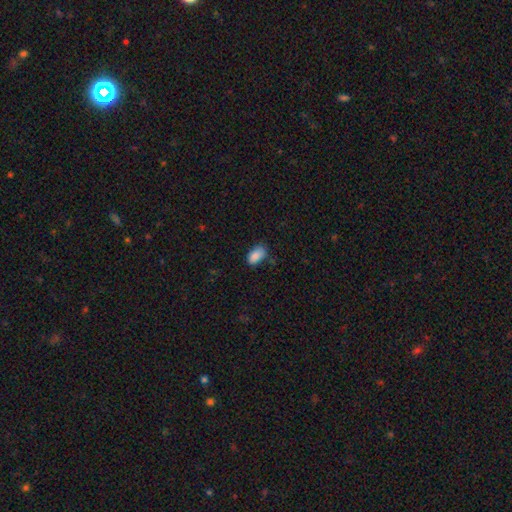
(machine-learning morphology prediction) A smooth galaxy with no disk features (88%) that is in between round and cigar-shaped (93%).

Vote fractions:
- Smooth or featured? smooth: 88% / star or artifact: 8% / featured or disk: 5%
- How rounded? in between: 93% / round: 5% / cigar-shaped: 2%
- Merging? none: 67% / minor disturbance: 25% / major disturbance: 5% / merger: 3%